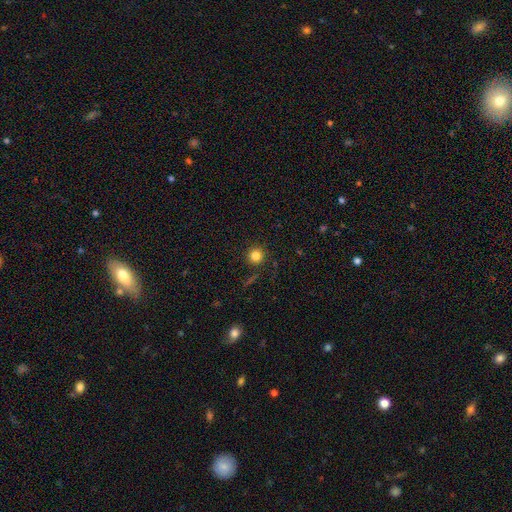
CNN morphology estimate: Q: Smooth or featured?
A: smooth (82%); runner-up: star or artifact (13%)
Q: How rounded?
A: round (95%); runner-up: in between (4%)
Q: Merging?
A: none (90%); runner-up: minor disturbance (6%)